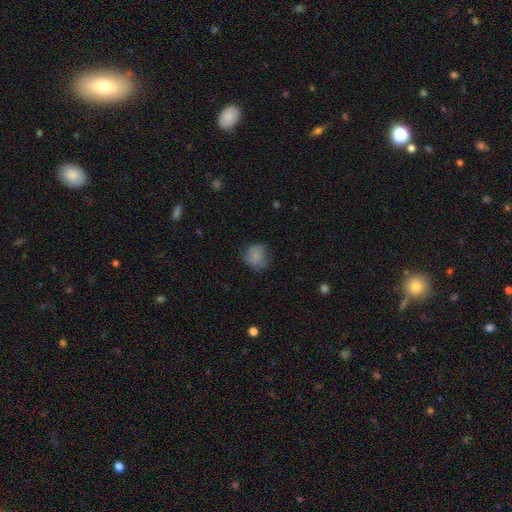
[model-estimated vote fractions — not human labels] Smooth or featured? smooth (78%)
How rounded? round (76%)
Merging? none (61%)